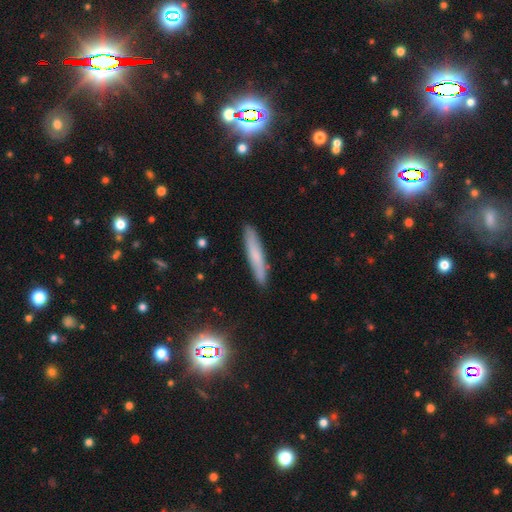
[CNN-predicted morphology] smooth 65%, featured or disk 26%, star or artifact 9%. Down the decision tree: how rounded — cigar-shaped (92%); merging — none (88%).